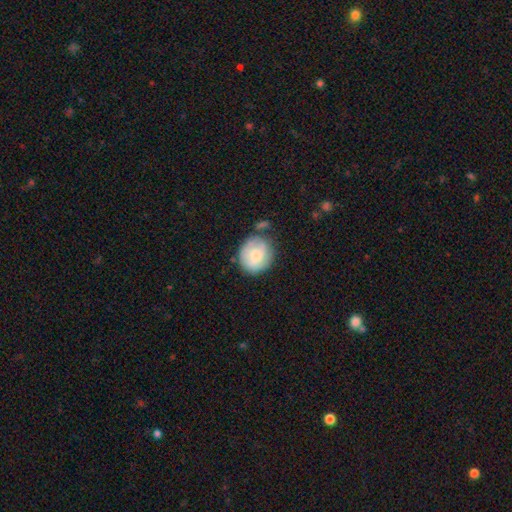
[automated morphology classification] Smooth or featured? smooth (66%)
How rounded? round (78%)
Merging? none (62%)